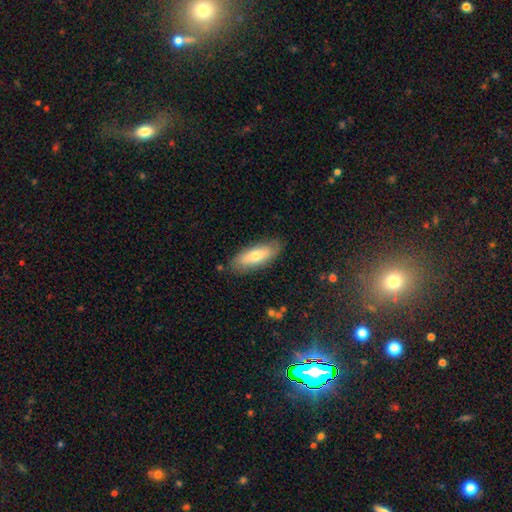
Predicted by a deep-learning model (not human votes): Morphology: type=smooth (66%); roundness=in between (69%); merging=none (83%).